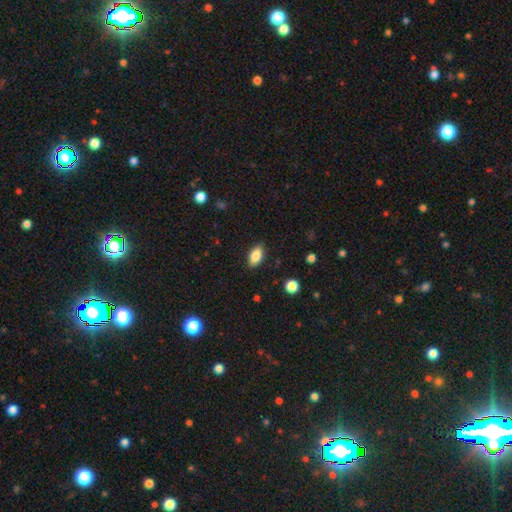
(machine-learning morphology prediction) smooth-or-featured: smooth: 86% | star or artifact: 8% | featured or disk: 7%
  how-rounded: in between: 92% | round: 5% | cigar-shaped: 4%
  merging: none: 88% | minor disturbance: 9% | major disturbance: 2% | merger: 1%